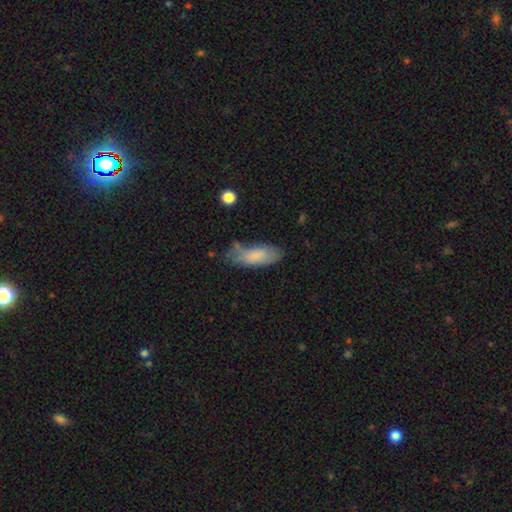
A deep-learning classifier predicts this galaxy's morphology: This is likely a smooth galaxy (79%). How rounded: likely in between (76%). Merging: possibly none (55%).